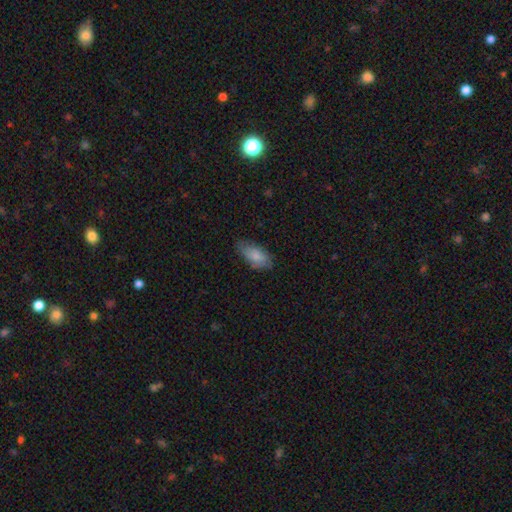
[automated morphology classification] type=smooth (81%); roundness=in between (91%); merging=none (70%).